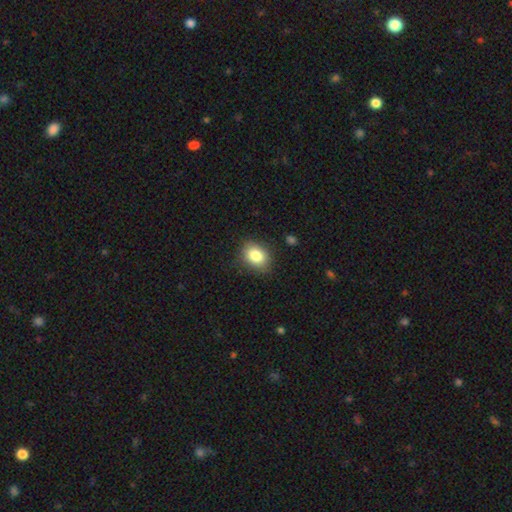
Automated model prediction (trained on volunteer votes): smooth_or_featured: smooth (p=0.84) [alt: star or artifact p=0.09]
how_rounded: in between (p=0.60) [alt: round p=0.39]
merging: none (p=0.83) [alt: minor disturbance p=0.12]